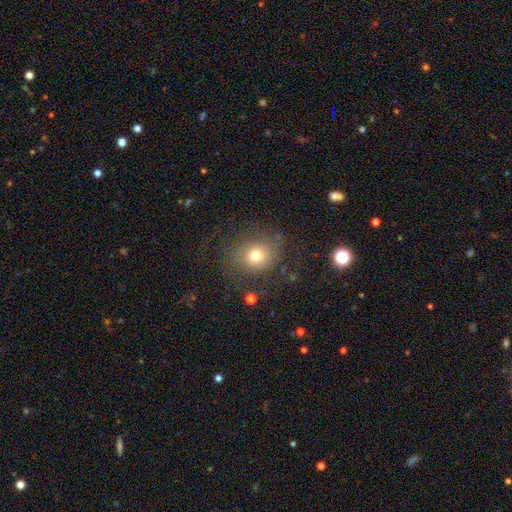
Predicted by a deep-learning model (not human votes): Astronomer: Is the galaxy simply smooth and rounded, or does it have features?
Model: smooth — 68%.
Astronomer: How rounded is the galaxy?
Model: round — 73%.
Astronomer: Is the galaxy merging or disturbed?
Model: none — 69%.